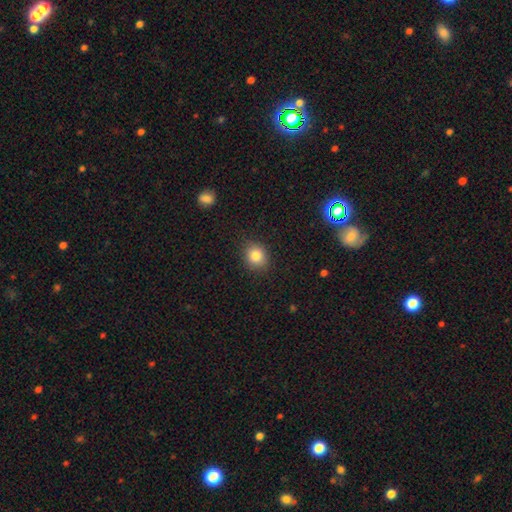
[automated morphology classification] A smooth galaxy with no disk features (83%) that is round (68%). Merging: none (86%).